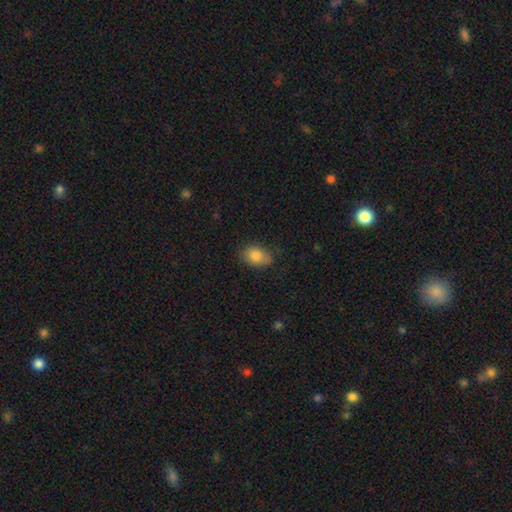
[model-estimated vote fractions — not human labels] smooth-or-featured: smooth: 85% | star or artifact: 8% | featured or disk: 7%
  how-rounded: in between: 83% | round: 16% | cigar-shaped: 1%
  merging: none: 76% | minor disturbance: 19% | major disturbance: 4% | merger: 1%